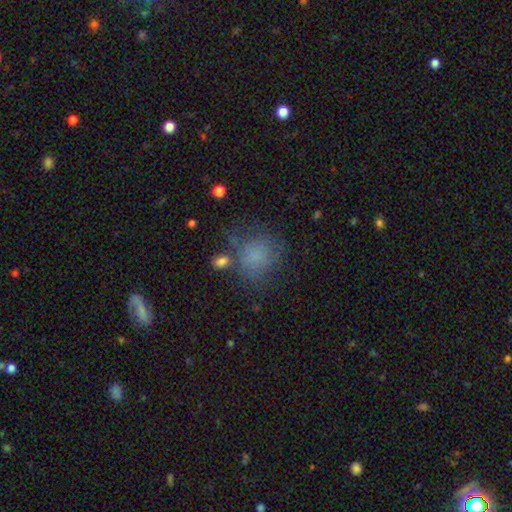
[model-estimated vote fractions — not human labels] This is likely a smooth galaxy (73%). How rounded: likely round (76%). Merging: possibly none (56%).